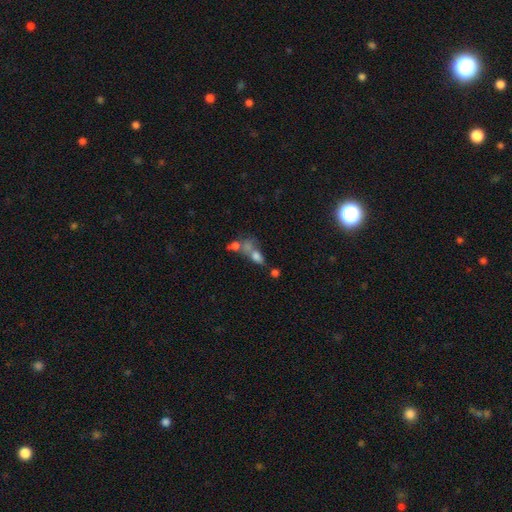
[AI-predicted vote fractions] A smooth galaxy with no disk features (62%) that is in between round and cigar-shaped (72%). Merging: merger (53%).